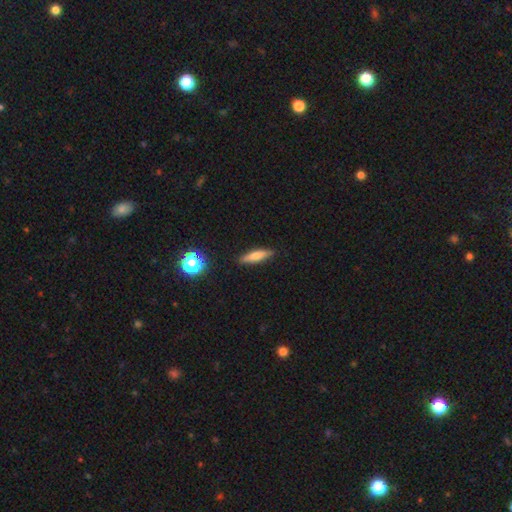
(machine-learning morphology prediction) smooth 68%, featured or disk 24%, star or artifact 9%. Down the decision tree: how rounded — cigar-shaped (72%); merging — none (87%).